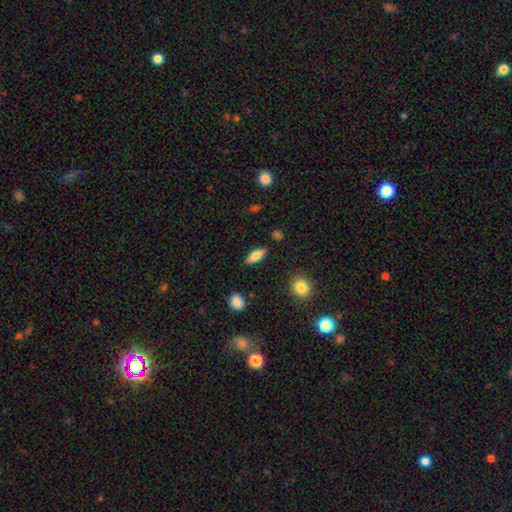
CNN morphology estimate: This appears to be a smooth galaxy with no disk features (66%) that is in between round and cigar-shaped (69%). Merging: none (85%).